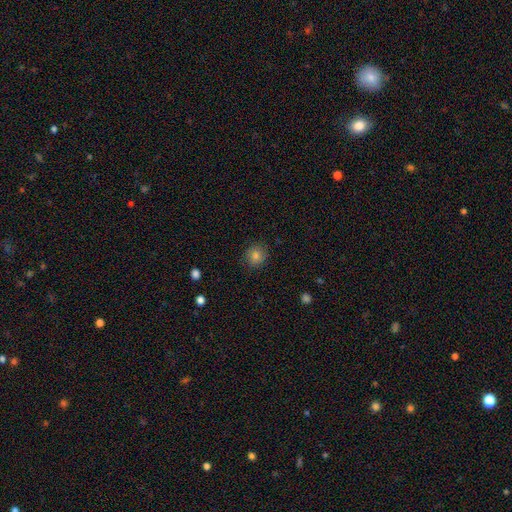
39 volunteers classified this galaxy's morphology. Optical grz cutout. It shows a smooth galaxy with no disk features (77%) that is round (80%). Merging: none (71%).